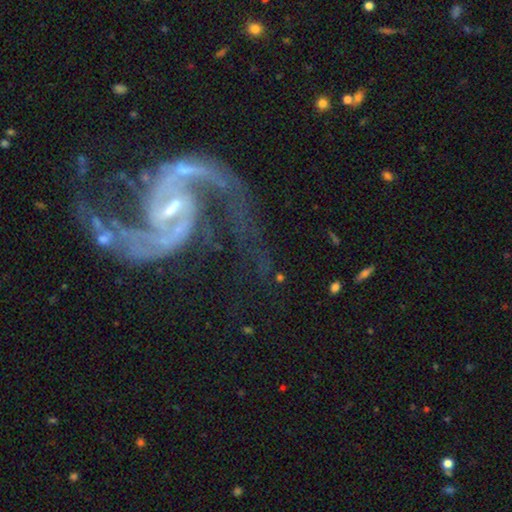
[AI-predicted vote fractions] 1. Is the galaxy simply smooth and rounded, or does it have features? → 92% featured or disk, 5% star or artifact, 3% smooth.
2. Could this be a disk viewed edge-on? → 98% no, 2% yes.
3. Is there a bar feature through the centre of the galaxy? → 50% weak, 32% strong, 18% no.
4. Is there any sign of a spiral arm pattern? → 98% yes, 2% no.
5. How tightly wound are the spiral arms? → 45% loose, 43% medium, 12% tight.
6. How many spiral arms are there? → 93% 2, 2% can't tell, 1% 1, 1% 3, 1% 4, 1% more than 4.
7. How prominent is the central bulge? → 66% small, 24% moderate, 7% none, 2% large, 1% dominant.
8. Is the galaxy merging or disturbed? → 57% none, 18% major disturbance, 17% minor disturbance, 8% merger.